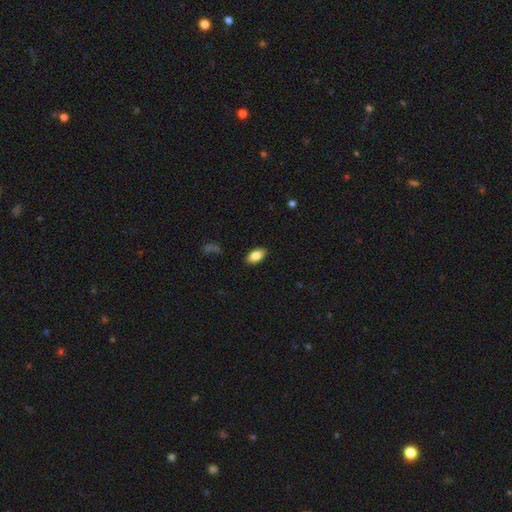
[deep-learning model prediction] smooth_or_featured: smooth (p=0.84) [alt: featured or disk p=0.09]
how_rounded: in between (p=0.92) [alt: round p=0.04]
merging: none (p=0.87) [alt: minor disturbance p=0.09]